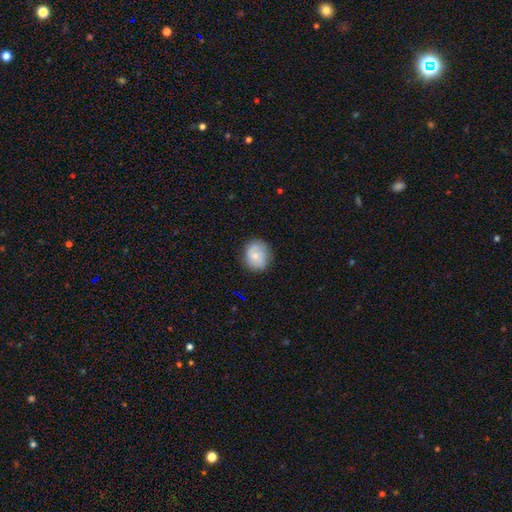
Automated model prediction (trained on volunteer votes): A smooth galaxy with no disk features (75%) that is round (77%). Merging: none (78%).